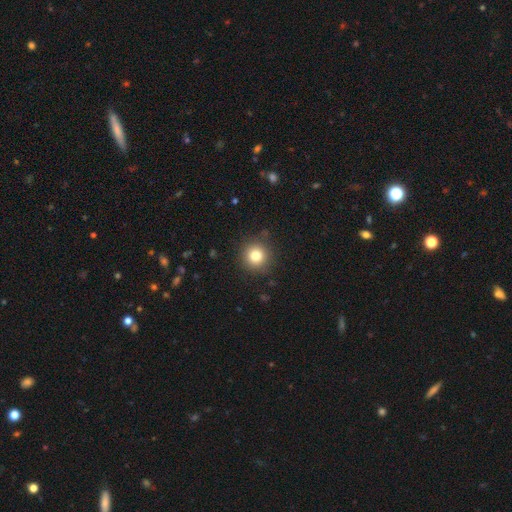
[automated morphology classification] A smooth galaxy with no disk features (81%) that is round (94%). Merging: none (90%).